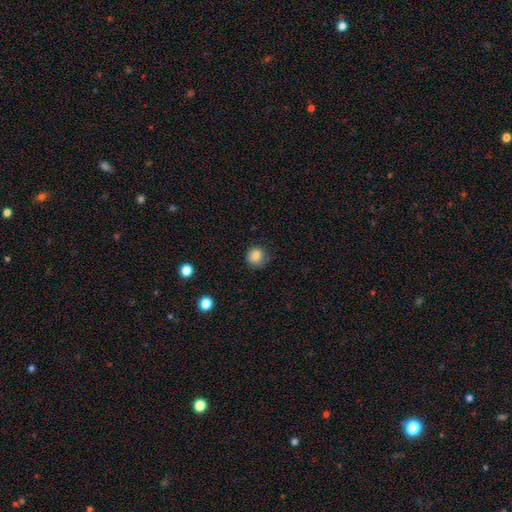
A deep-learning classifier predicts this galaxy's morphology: A smooth galaxy with no disk features (84%) that is round (87%).

Vote fractions:
- Smooth or featured? smooth: 84% / star or artifact: 10% / featured or disk: 6%
- How rounded? round: 87% / in between: 12% / cigar-shaped: 1%
- Merging? none: 77% / minor disturbance: 18% / major disturbance: 4% / merger: 1%